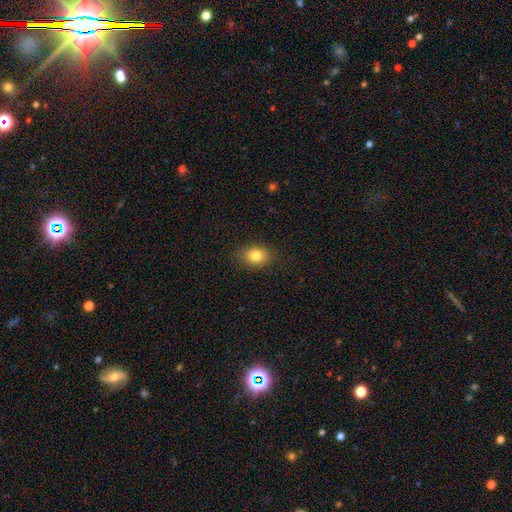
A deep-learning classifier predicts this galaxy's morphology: A smooth galaxy with no disk features (81%) that is in between round and cigar-shaped (58%).

Vote fractions:
- Smooth or featured? smooth: 81% / star or artifact: 10% / featured or disk: 8%
- How rounded? in between: 58% / round: 41% / cigar-shaped: 1%
- Merging? none: 86% / minor disturbance: 10% / major disturbance: 3% / merger: 1%